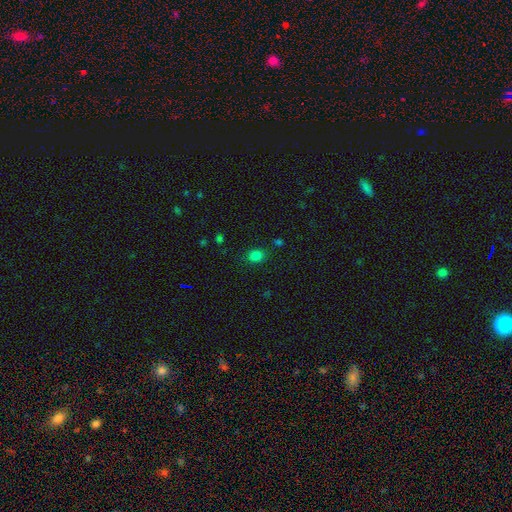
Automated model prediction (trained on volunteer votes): The model was most divided on "how rounded": round: 61%, in between: 38%, cigar-shaped: 1%. More confident: merging — none (84%); smooth or featured — smooth (80%).